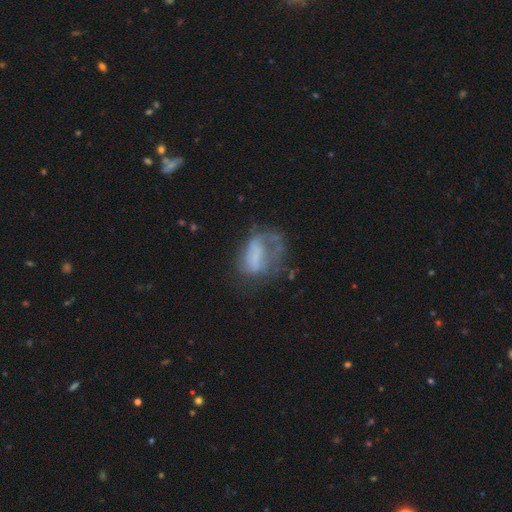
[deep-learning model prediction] The model was most divided on "smooth or featured": featured or disk: 49%, smooth: 40%, star or artifact: 12%. Remaining: merging — major disturbance (43%).